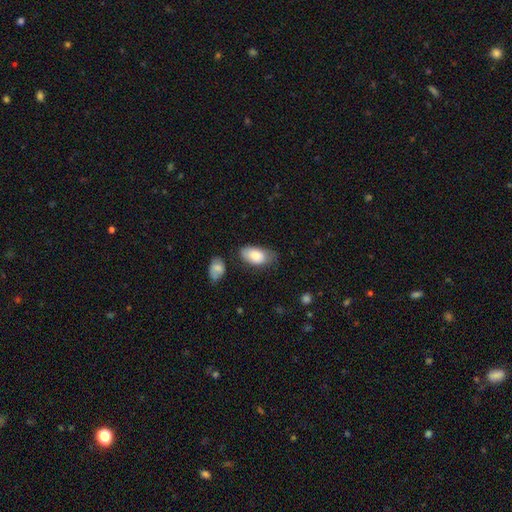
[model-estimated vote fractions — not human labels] A smooth galaxy with no disk features (80%) that is in between round and cigar-shaped (94%). Merging: none (54%).